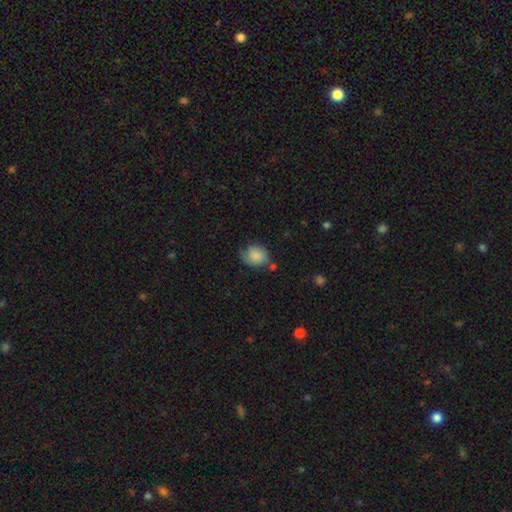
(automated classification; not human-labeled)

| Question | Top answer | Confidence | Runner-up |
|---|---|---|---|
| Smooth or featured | smooth | 80% | featured or disk (12%) |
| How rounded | round | 52% | in between (47%) |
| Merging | none | 50% | minor disturbance (33%) |